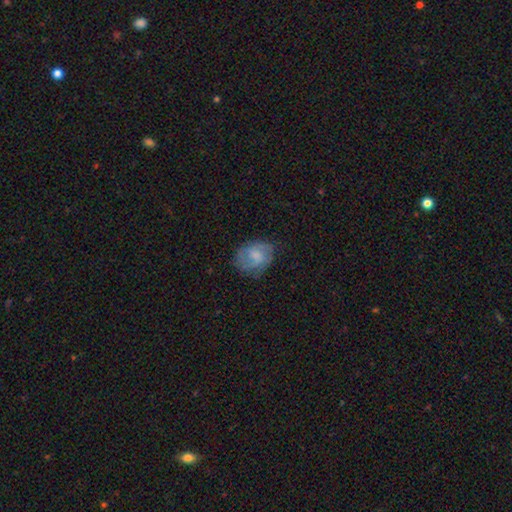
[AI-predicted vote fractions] Smooth or featured: featured or disk — 51% (smooth — 41%)
Edge-on disk: no — 97% (yes — 3%)
Merging: none — 67% (minor disturbance — 23%)